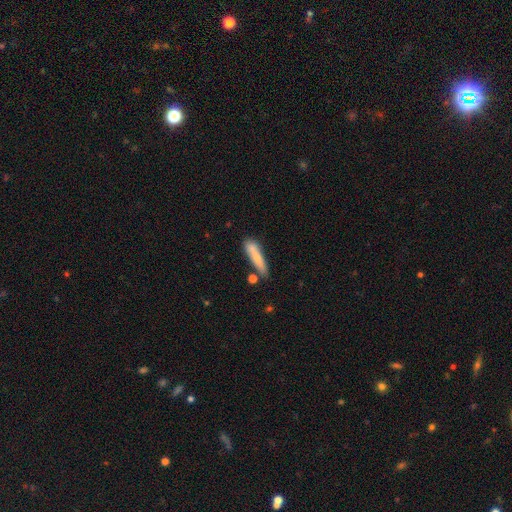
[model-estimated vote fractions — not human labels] Q: Smooth or featured?
A: smooth (78%); runner-up: featured or disk (16%)
Q: How rounded?
A: cigar-shaped (85%); runner-up: in between (13%)
Q: Merging?
A: none (66%); runner-up: minor disturbance (20%)